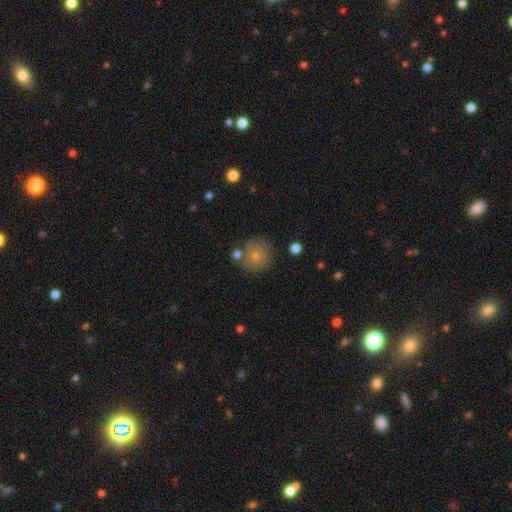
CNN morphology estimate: smooth_or_featured: smooth (p=0.61) [alt: featured or disk p=0.30]
how_rounded: round (p=0.89) [alt: in between p=0.10]
merging: none (p=0.64) [alt: minor disturbance p=0.18]